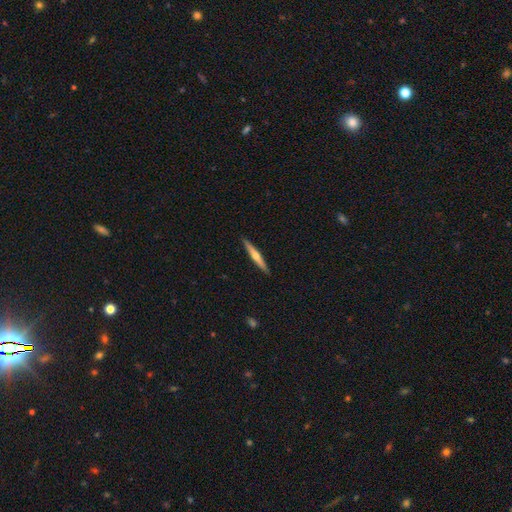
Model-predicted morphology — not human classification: Smooth or featured: featured or disk — 59% (smooth — 35%)
Edge-on disk: yes — 97% (no — 3%)
Edge-on bulge: rounded — 85% (none — 12%)
Merging: none — 91% (minor disturbance — 6%)